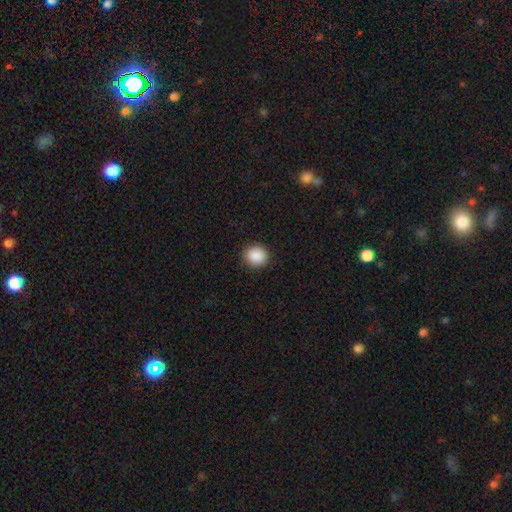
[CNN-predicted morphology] smooth_or_featured: smooth (p=0.89) [alt: star or artifact p=0.08]
how_rounded: round (p=0.84) [alt: in between p=0.15]
merging: none (p=0.91) [alt: minor disturbance p=0.06]